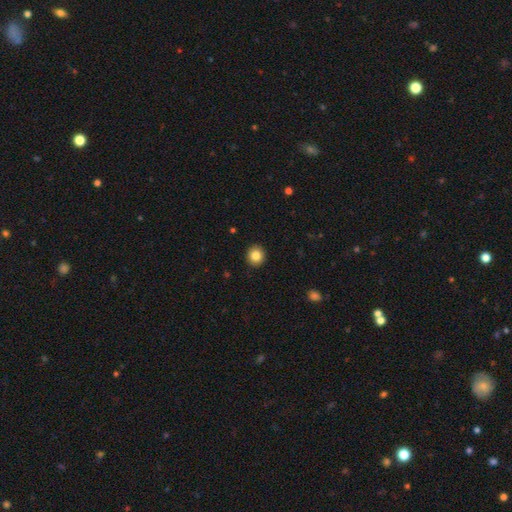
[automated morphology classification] smooth_or_featured: smooth (p=0.84) [alt: star or artifact p=0.10]
how_rounded: round (p=0.90) [alt: in between p=0.09]
merging: none (p=0.93) [alt: minor disturbance p=0.05]